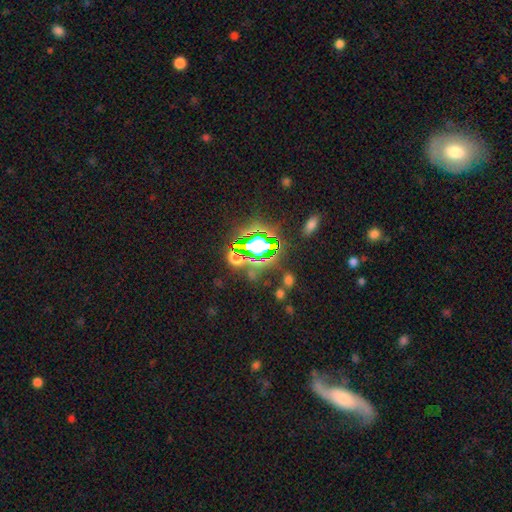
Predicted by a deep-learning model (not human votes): smooth-or-featured: star or artifact: 71% | smooth: 15% | featured or disk: 13%